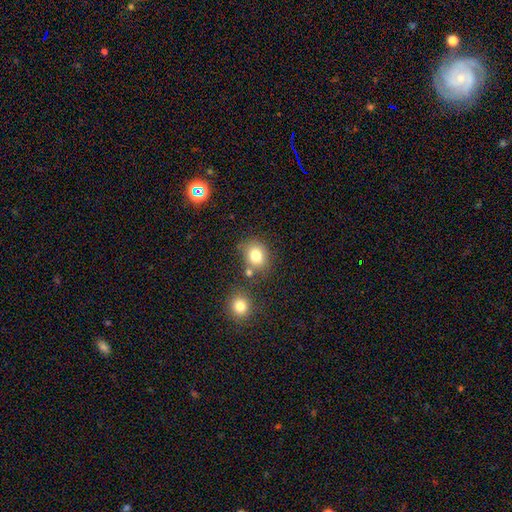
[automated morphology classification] Smooth or featured? Predicted: smooth (p=0.80). How rounded? Predicted: round (p=0.70). Merging? Predicted: none (p=0.65).